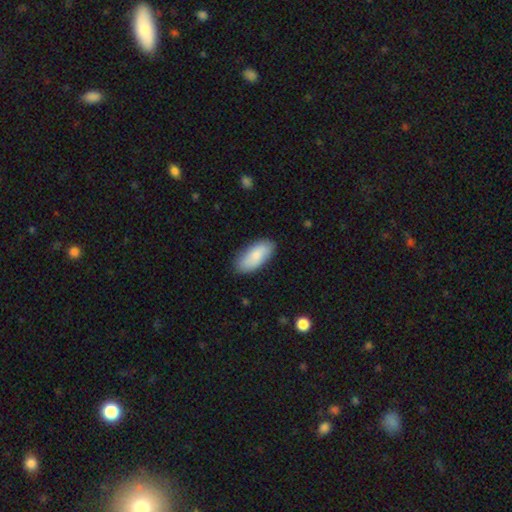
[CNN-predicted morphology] Smooth or featured: smooth — 82% (featured or disk — 12%)
How rounded: in between — 89% (cigar-shaped — 9%)
Merging: none — 85% (minor disturbance — 12%)